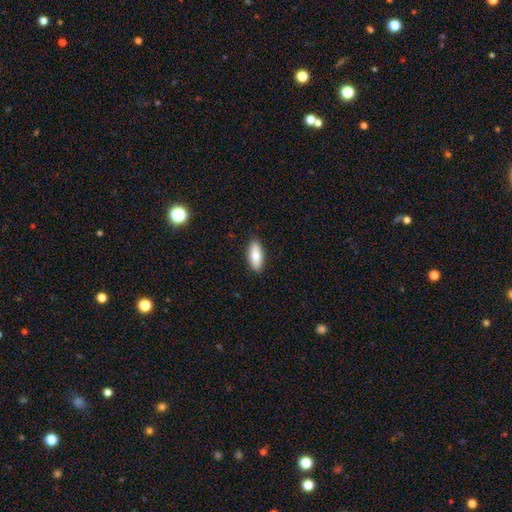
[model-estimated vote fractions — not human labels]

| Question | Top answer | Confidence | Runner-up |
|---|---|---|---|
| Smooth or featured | smooth | 82% | featured or disk (12%) |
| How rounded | in between | 80% | cigar-shaped (18%) |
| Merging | none | 90% | minor disturbance (8%) |